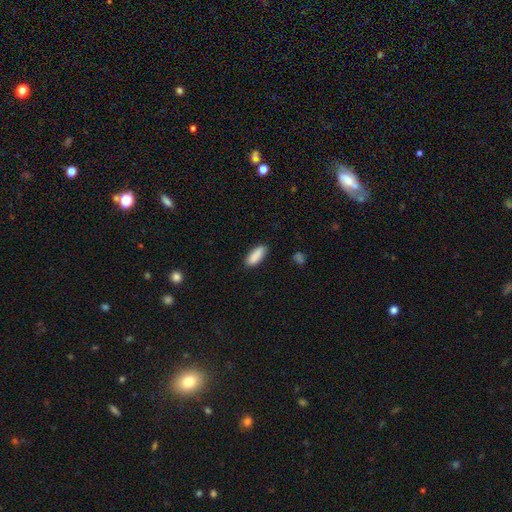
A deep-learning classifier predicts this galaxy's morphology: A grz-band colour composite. It shows a smooth galaxy with no disk features (89%) that is in between round and cigar-shaped (72%). Merging: none (84%).